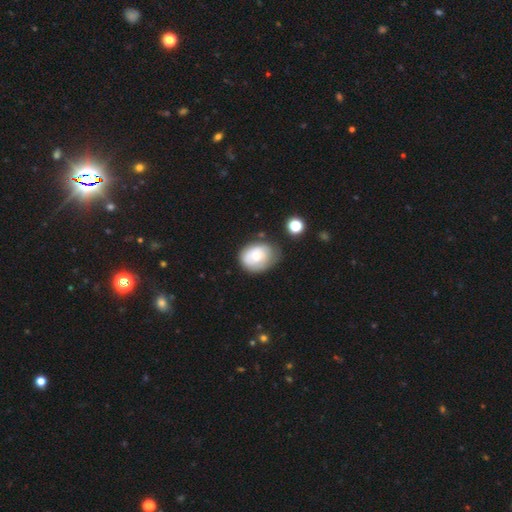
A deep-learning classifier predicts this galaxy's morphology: This is likely a smooth galaxy (64%). How rounded: possibly in between (60%). Merging: possibly none (54%).